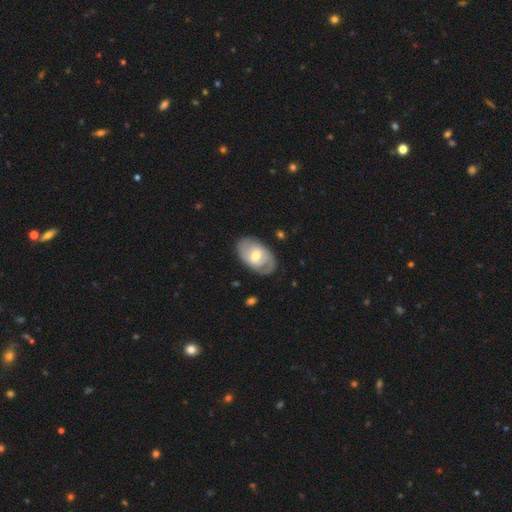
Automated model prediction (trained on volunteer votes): The model was most divided on "bar": weak: 50%, no: 35%, strong: 15%. More confident: edge-on disk — no (94%); merging — none (78%); spiral arms — yes (74%); bulge size — moderate (69%); smooth or featured — featured or disk (62%).